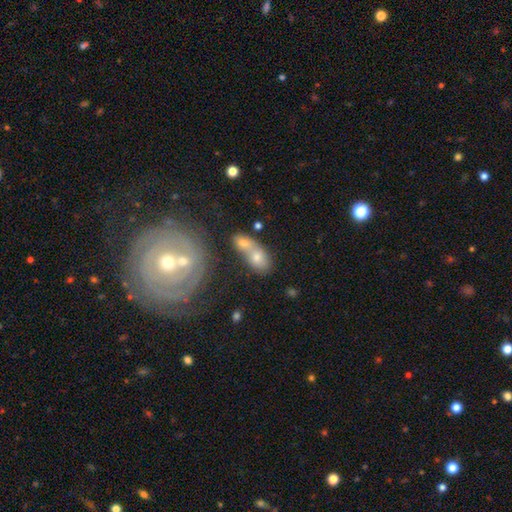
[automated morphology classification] This appears to be a smooth galaxy with no disk features (62%) that is in between round and cigar-shaped (73%). Merging: merger (67%).